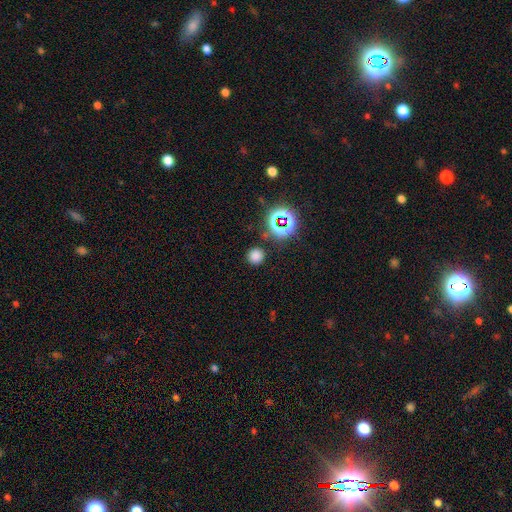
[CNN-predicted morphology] Q: Smooth or featured?
A: smooth (71%); runner-up: star or artifact (24%)
Q: How rounded?
A: round (93%); runner-up: in between (6%)
Q: Merging?
A: none (87%); runner-up: minor disturbance (7%)